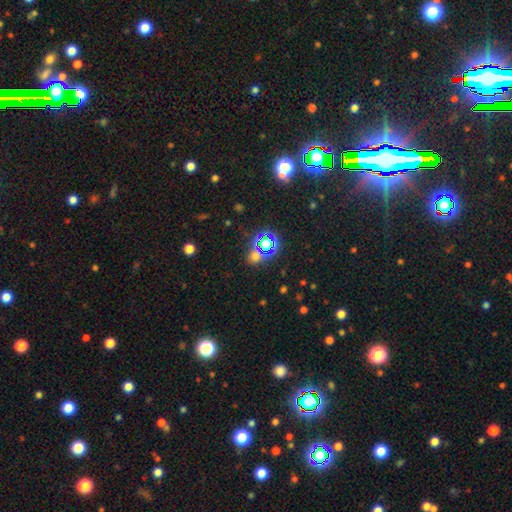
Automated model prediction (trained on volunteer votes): star or artifact 49%, smooth 43%, featured or disk 8%.